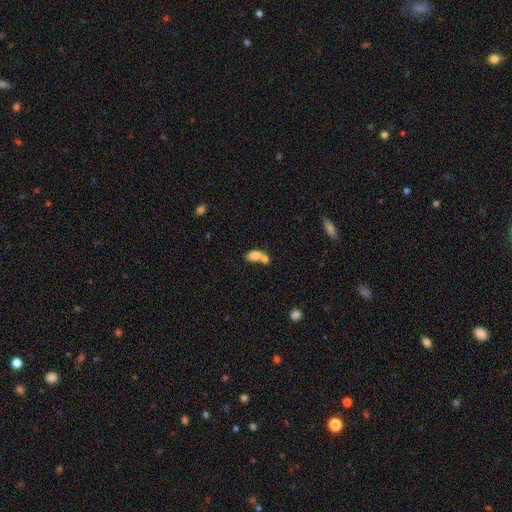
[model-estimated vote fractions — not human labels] The model was most divided on "merging": merger: 65%, none: 22%, minor disturbance: 8%, major disturbance: 5%. More confident: how rounded — in between (86%); smooth or featured — smooth (79%).